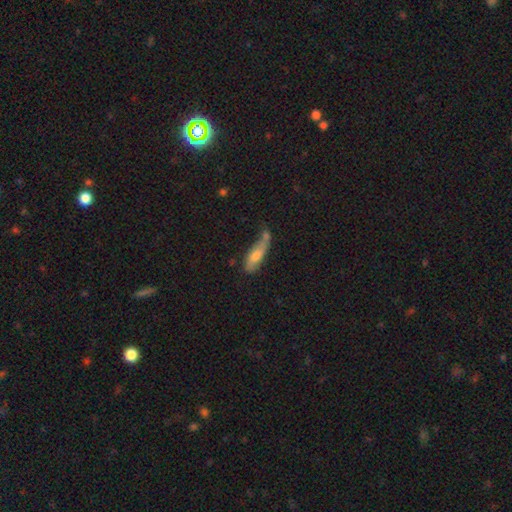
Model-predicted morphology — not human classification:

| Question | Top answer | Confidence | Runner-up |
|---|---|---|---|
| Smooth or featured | smooth | 62% | featured or disk (31%) |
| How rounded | cigar-shaped | 54% | in between (43%) |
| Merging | none | 41% | minor disturbance (27%) |